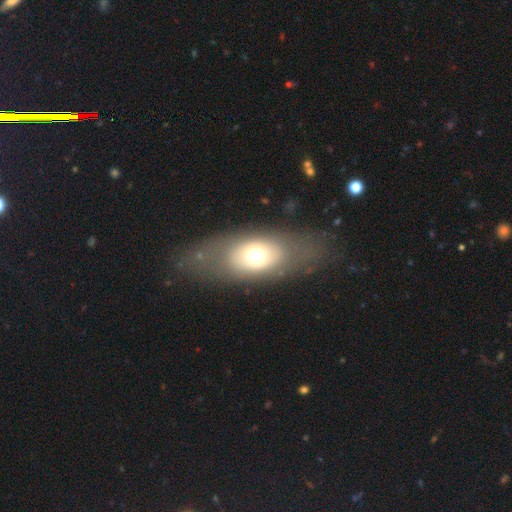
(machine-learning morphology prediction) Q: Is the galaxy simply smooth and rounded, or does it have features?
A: smooth — 57%.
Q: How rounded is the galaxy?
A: in between — 82%.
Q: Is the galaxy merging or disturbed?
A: none — 69%.